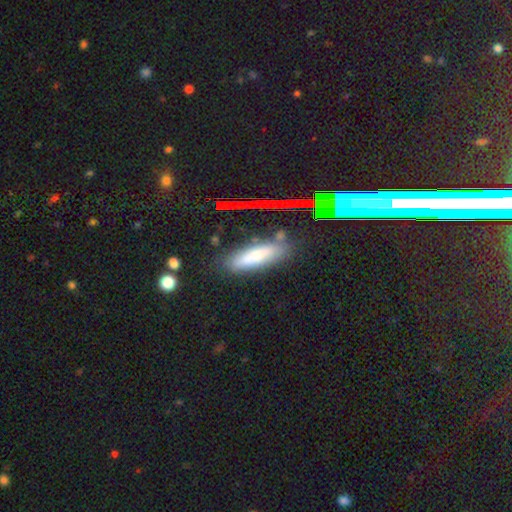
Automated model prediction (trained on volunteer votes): A smooth galaxy with no disk features (66%) that is cigar-shaped (52%). Merging: none (76%).